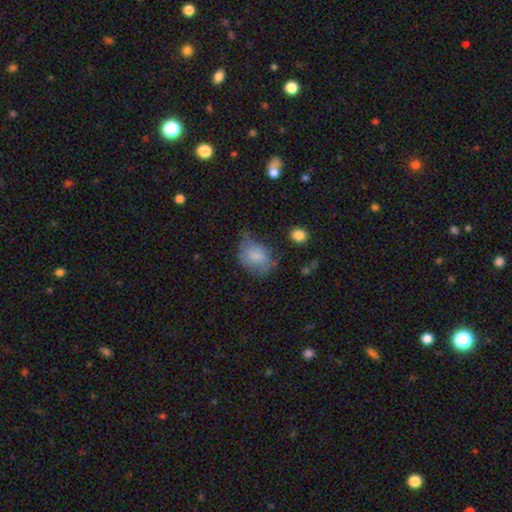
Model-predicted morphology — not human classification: Smooth or featured? smooth (73%)
How rounded? in between (57%)
Merging? minor disturbance (40%)